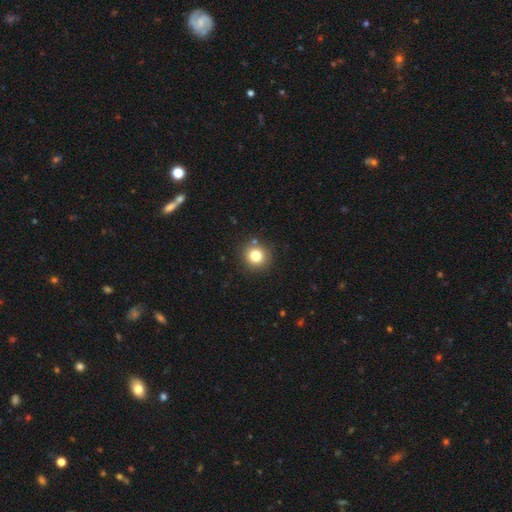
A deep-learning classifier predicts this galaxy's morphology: Q: Smooth or featured?
A: smooth (79%); runner-up: star or artifact (13%)
Q: How rounded?
A: round (92%); runner-up: in between (7%)
Q: Merging?
A: none (87%); runner-up: minor disturbance (7%)